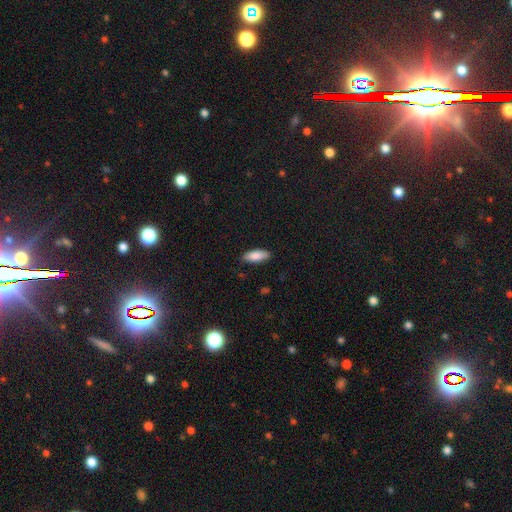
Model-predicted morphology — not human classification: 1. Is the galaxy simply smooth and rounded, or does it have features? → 86% smooth, 8% featured or disk, 6% star or artifact.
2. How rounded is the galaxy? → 73% in between, 25% cigar-shaped, 2% round.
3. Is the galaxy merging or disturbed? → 86% none, 11% minor disturbance, 2% major disturbance, 1% merger.